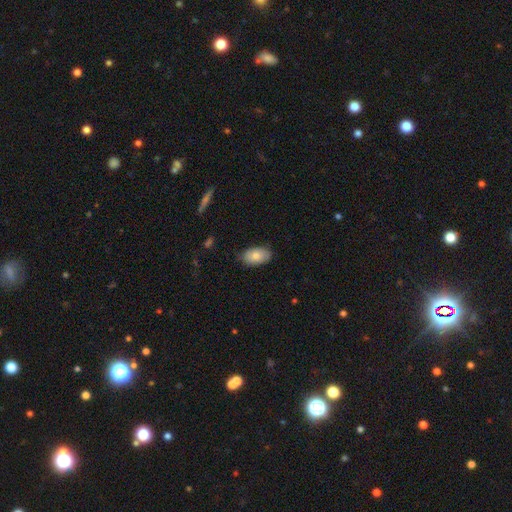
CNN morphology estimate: This appears to be a smooth galaxy with no disk features (79%) that is in between round and cigar-shaped (93%). Merging: none (80%).